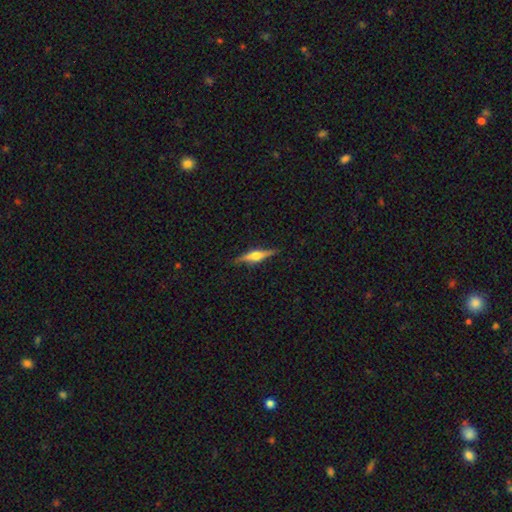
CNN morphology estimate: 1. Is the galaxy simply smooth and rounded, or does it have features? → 72% featured or disk, 22% smooth, 6% star or artifact.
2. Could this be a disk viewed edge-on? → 97% yes, 3% no.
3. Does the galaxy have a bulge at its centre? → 91% rounded, 7% boxy, 2% none.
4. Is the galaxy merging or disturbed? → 87% none, 10% minor disturbance, 2% major disturbance, 1% merger.